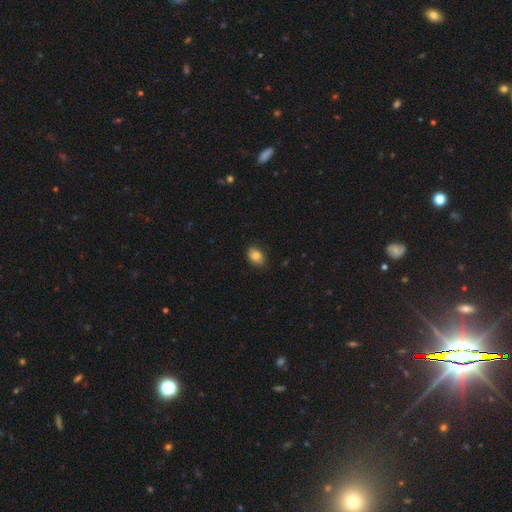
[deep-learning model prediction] Smooth or featured: smooth — 83% (star or artifact — 9%)
How rounded: in between — 78% (round — 21%)
Merging: none — 78% (minor disturbance — 17%)